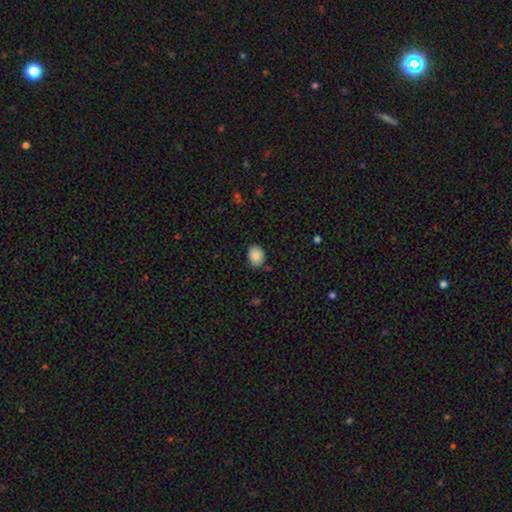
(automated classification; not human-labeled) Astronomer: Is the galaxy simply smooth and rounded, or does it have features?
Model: smooth — 89%.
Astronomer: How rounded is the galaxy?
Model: in between — 52% (runner-up: round, 47%).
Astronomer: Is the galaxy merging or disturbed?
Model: none — 83%.